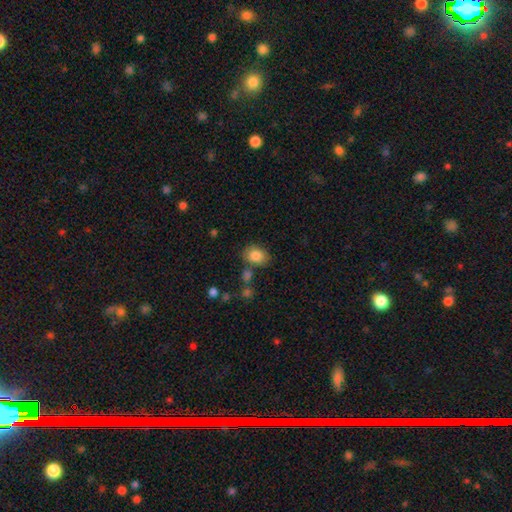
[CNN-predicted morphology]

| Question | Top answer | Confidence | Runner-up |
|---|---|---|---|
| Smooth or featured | smooth | 85% | star or artifact (8%) |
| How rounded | in between | 65% | round (34%) |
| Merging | none | 73% | minor disturbance (15%) |